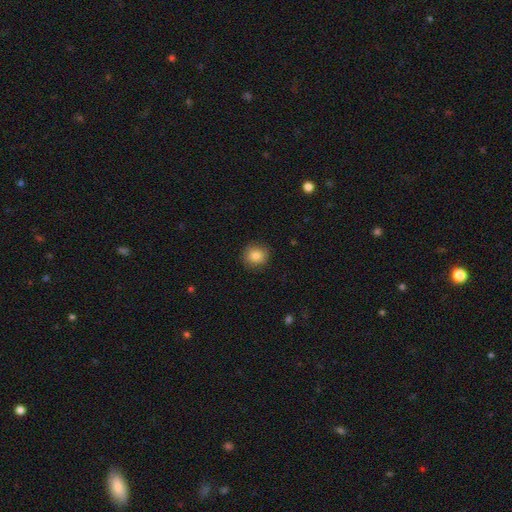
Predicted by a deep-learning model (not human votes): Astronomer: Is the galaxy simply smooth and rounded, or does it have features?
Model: smooth — 84%.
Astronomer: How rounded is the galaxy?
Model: round — 87%.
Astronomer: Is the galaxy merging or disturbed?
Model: none — 88%.